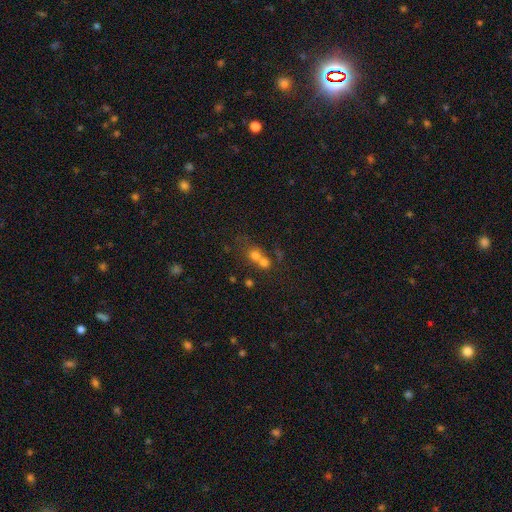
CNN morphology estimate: type=smooth (68%); roundness=round (78%); merging=merger (63%).